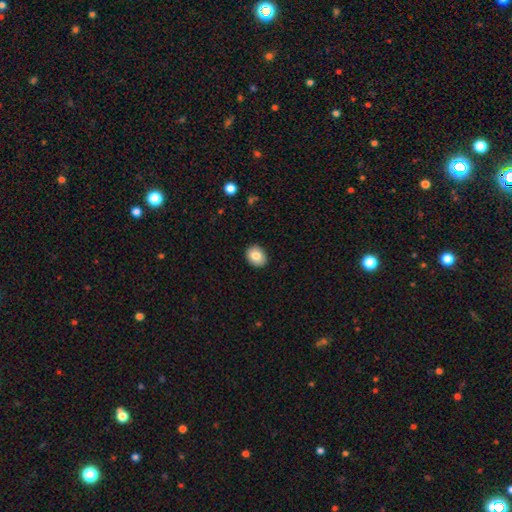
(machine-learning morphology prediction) A smooth galaxy with no disk features (82%) that is in between round and cigar-shaped (52%). Merging: none (90%).